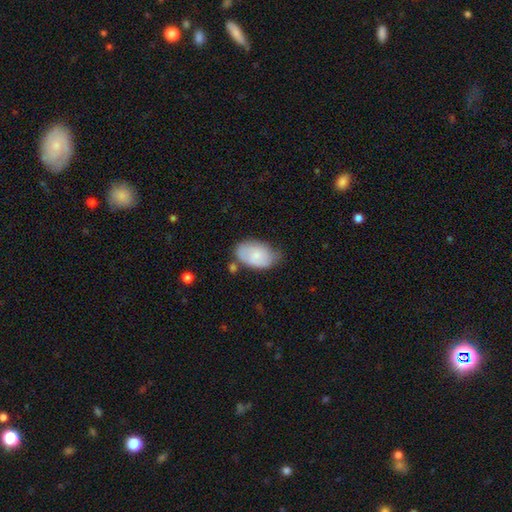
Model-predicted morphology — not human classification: Smooth or featured? Predicted: smooth (p=0.71). How rounded? Predicted: in between (p=0.93). Merging? Predicted: none (p=0.54).